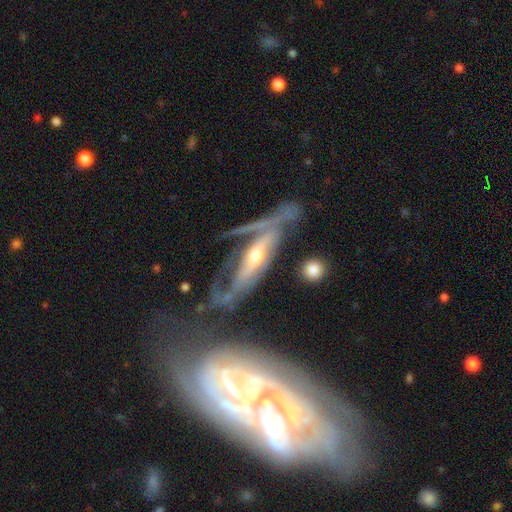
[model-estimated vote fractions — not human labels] Smooth or featured? Predicted: featured or disk (p=0.81). Edge-on disk? Predicted: no (p=0.58). Merging? Predicted: none (p=0.39).